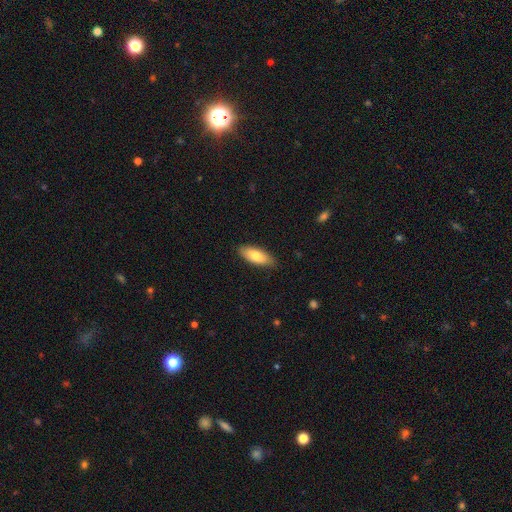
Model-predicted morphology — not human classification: This appears to be a smooth galaxy with no disk features (76%) that is in between round and cigar-shaped (81%). Merging: none (85%).